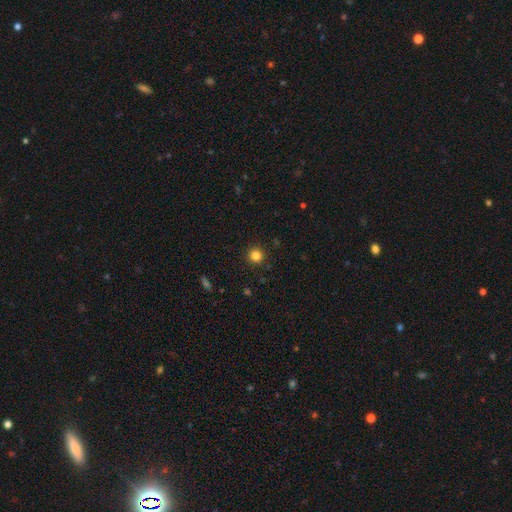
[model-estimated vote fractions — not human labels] This is clearly a smooth galaxy (83%). How rounded: clearly round (95%). Merging: clearly none (92%).